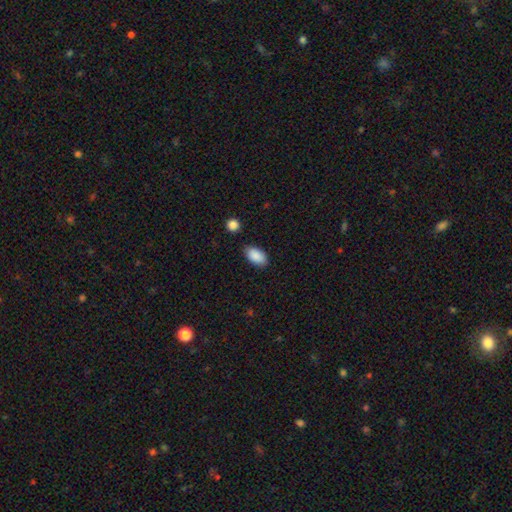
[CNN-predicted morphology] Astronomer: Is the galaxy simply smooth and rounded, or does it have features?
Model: smooth — 89%.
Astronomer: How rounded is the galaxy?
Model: in between — 94%.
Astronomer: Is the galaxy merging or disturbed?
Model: none — 84%.